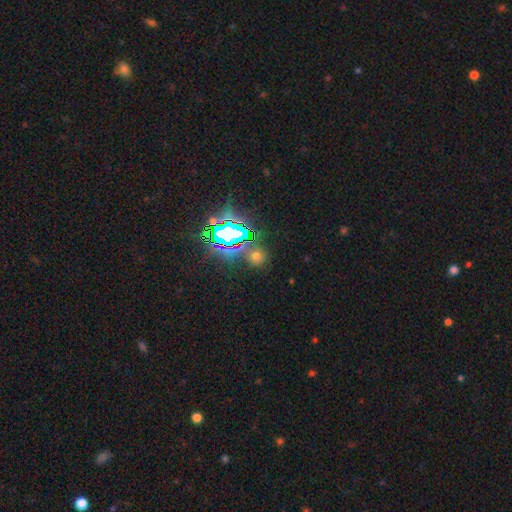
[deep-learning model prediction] The model was most divided on "smooth or featured": star or artifact: 48%, smooth: 44%, featured or disk: 8%.